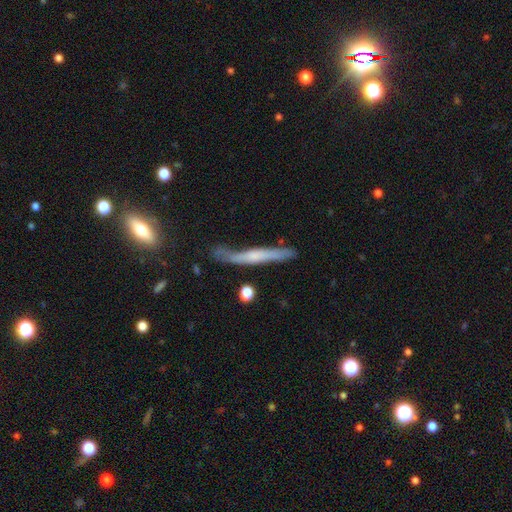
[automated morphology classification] type=featured or disk (54%); edge-on=yes (87%); merging=none (59%).